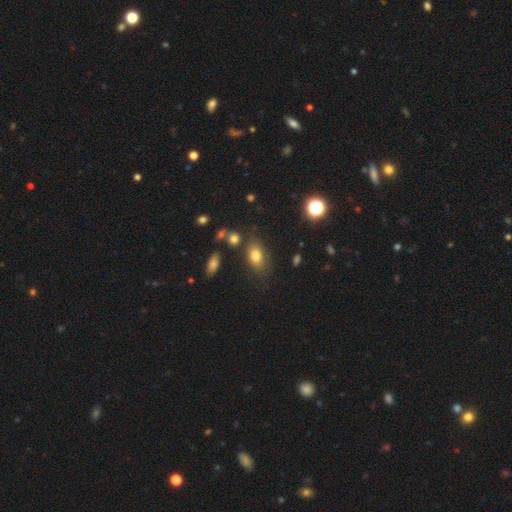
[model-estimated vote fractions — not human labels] Smooth or featured? smooth (77%)
How rounded? in between (84%)
Merging? none (74%)